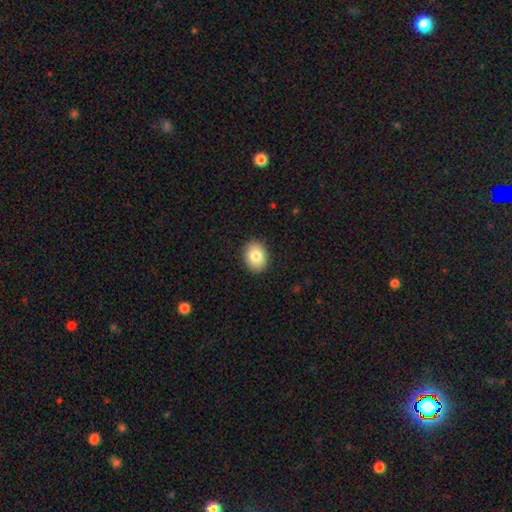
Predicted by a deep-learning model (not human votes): Morphology: type=smooth (83%); roundness=in between (59%); merging=none (90%).